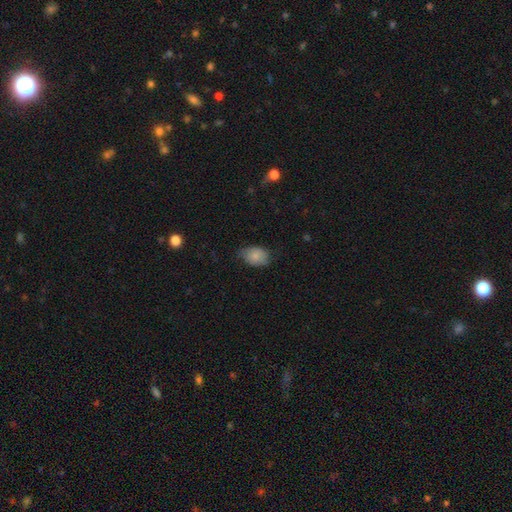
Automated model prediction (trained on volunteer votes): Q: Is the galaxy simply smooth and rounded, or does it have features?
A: smooth — 82%.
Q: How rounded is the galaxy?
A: in between — 77%.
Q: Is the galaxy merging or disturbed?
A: none — 62%.